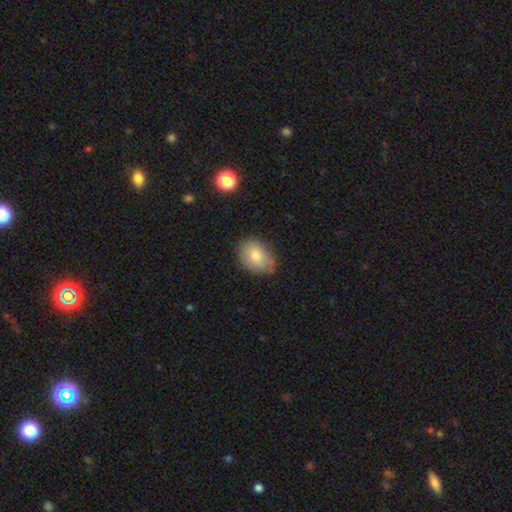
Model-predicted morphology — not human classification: smooth 76%, featured or disk 15%, star or artifact 9%. Down the decision tree: how rounded — in between (59%); merging — none (74%).